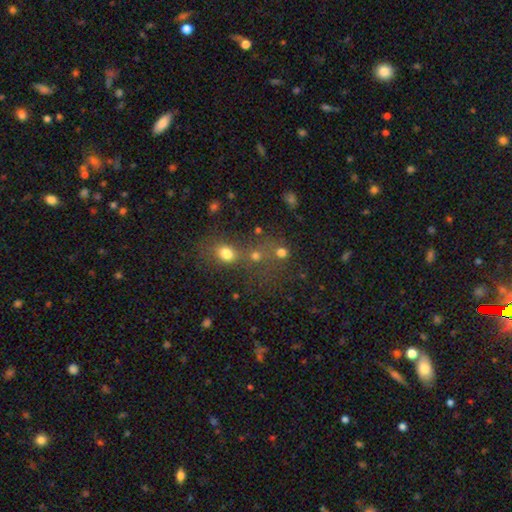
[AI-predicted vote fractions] This is likely a smooth galaxy (68%). How rounded: likely round (73%). Merging: possibly none (45%).